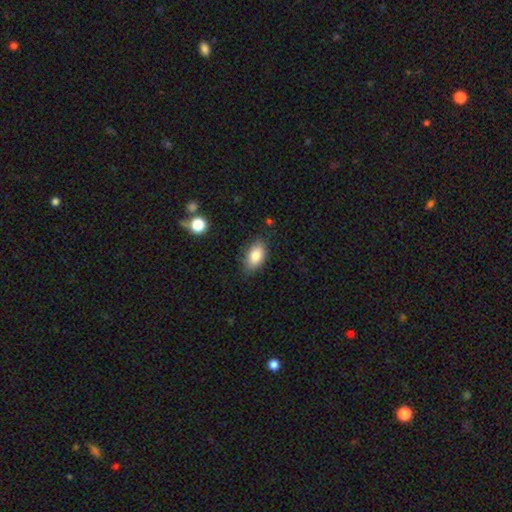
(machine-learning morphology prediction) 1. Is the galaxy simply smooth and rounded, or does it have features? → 84% smooth, 8% featured or disk, 7% star or artifact.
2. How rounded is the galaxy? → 92% in between, 6% round, 2% cigar-shaped.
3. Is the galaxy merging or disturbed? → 81% none, 14% minor disturbance, 3% major disturbance, 2% merger.